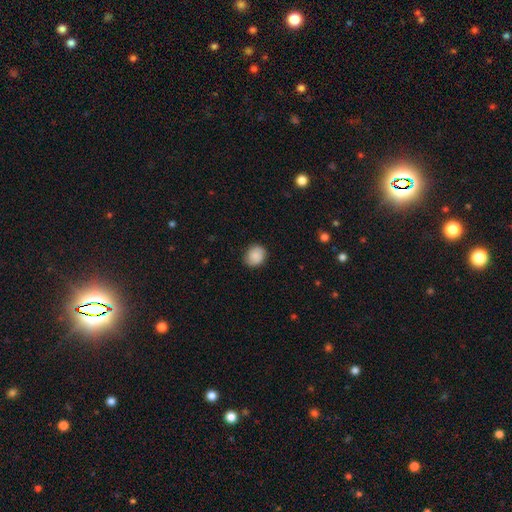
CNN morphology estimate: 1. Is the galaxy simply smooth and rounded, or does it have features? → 88% smooth, 7% star or artifact, 5% featured or disk.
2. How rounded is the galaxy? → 69% round, 30% in between, 1% cigar-shaped.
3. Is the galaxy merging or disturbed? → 85% none, 12% minor disturbance, 3% major disturbance, 1% merger.